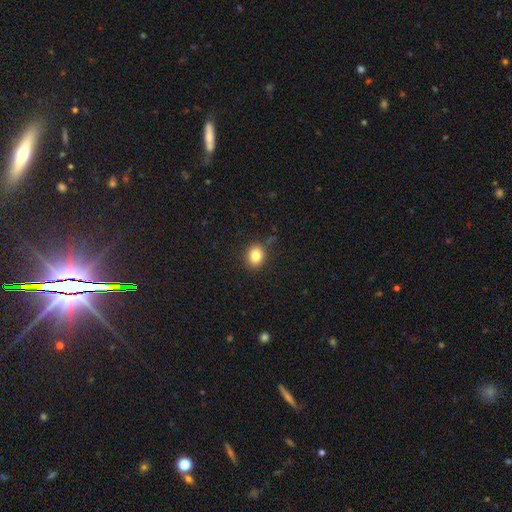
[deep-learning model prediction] This is clearly a smooth galaxy (83%). How rounded: possibly round (55%). Merging: clearly none (85%).